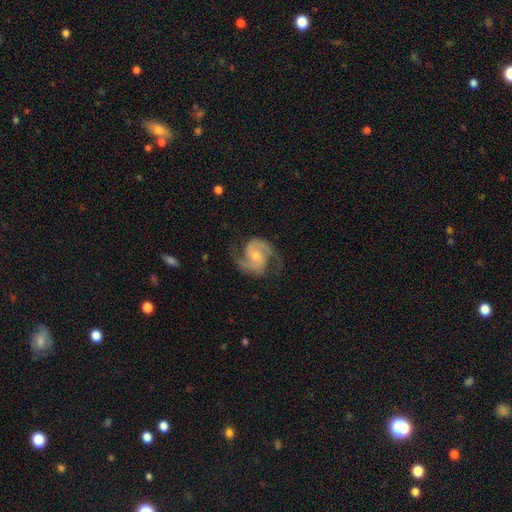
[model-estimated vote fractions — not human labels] smooth_or_featured: featured or disk (p=0.90) [alt: smooth p=0.05]
disk_edge_on: no (p=0.98) [alt: yes p=0.02]
bar: no (p=0.59) [alt: weak p=0.34]
has_spiral_arms: yes (p=0.98) [alt: no p=0.02]
spiral_winding: medium (p=0.60) [alt: tight p=0.22]
spiral_arm_count: 2 (p=0.92) [alt: 3 p=0.03]
bulge_size: small (p=0.53) [alt: moderate p=0.41]
merging: none (p=0.76) [alt: minor disturbance p=0.16]